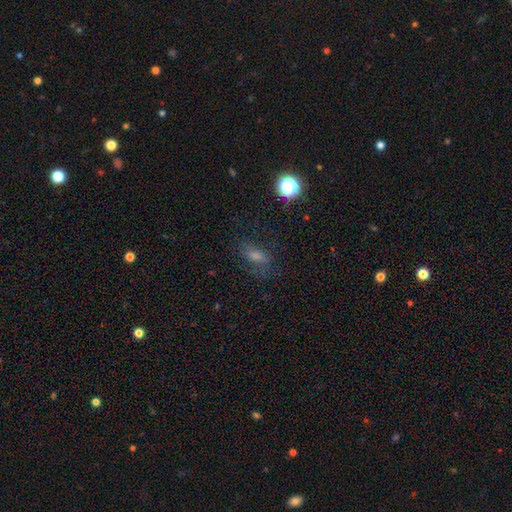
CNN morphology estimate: Smooth or featured? smooth (48%)
Merging? none (68%)